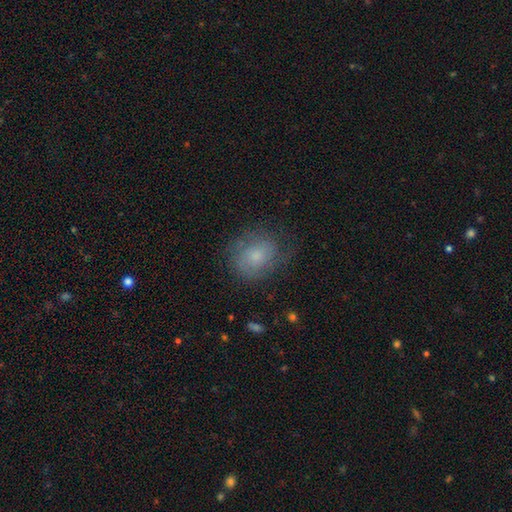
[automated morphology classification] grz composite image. It shows a smooth galaxy with no disk features (58%) that is round (67%). Merging: none (66%).